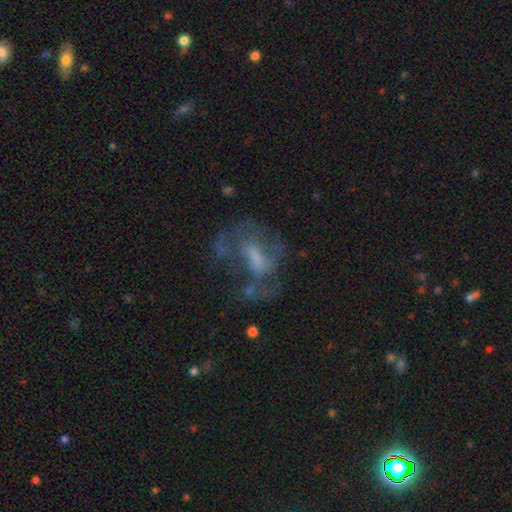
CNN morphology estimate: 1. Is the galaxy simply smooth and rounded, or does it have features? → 59% featured or disk, 28% smooth, 13% star or artifact.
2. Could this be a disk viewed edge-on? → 95% no, 5% yes.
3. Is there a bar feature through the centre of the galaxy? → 41% no, 39% weak, 20% strong.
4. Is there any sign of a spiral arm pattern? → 53% no, 47% yes.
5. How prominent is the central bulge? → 35% none, 29% moderate, 25% small, 9% large, 2% dominant.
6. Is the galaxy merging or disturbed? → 39% none, 37% major disturbance, 18% minor disturbance, 6% merger.